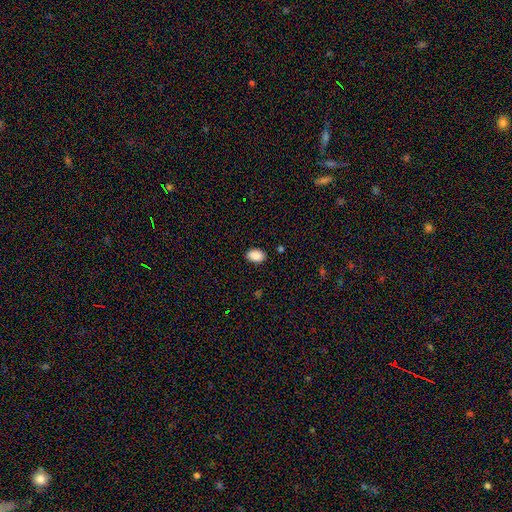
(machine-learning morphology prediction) This is clearly a smooth galaxy (88%). How rounded: clearly in between (87%). Merging: clearly none (88%).